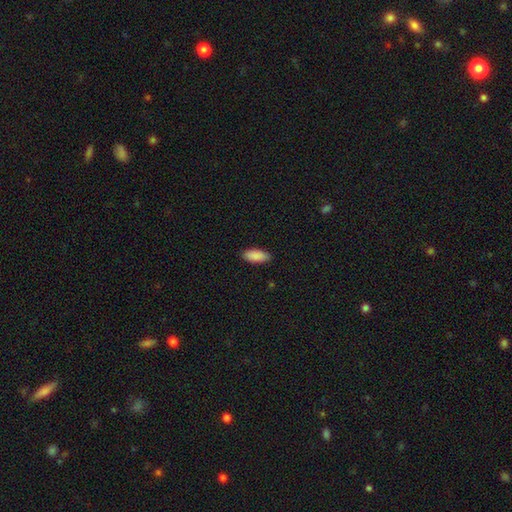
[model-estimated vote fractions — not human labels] Morphology: type=smooth (90%); roundness=in between (85%); merging=none (88%).